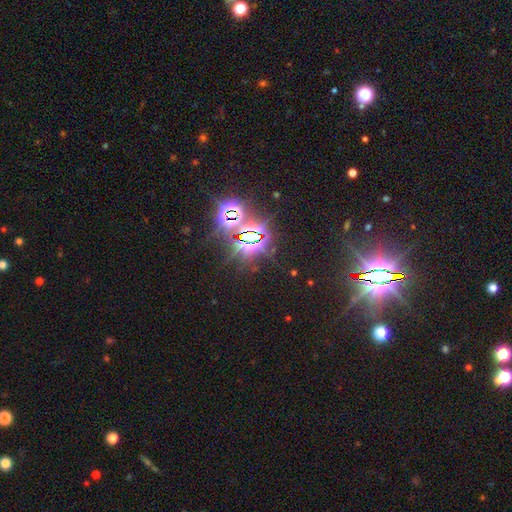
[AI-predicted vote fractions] A star or artifact, not a galaxy (73%).

Vote fractions:
- Smooth or featured? star or artifact: 73% / smooth: 18% / featured or disk: 9%